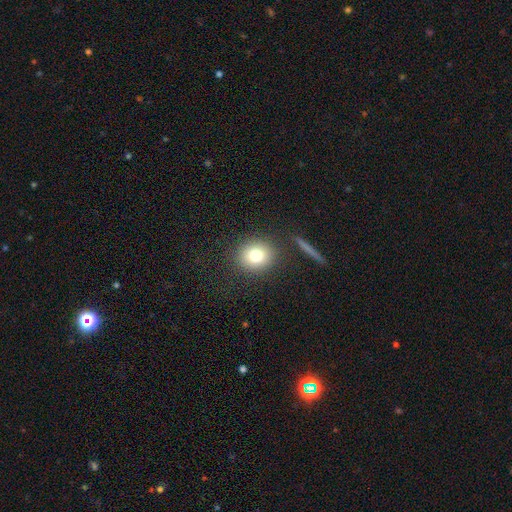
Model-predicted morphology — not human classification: Q: Smooth or featured?
A: smooth (77%); runner-up: star or artifact (12%)
Q: How rounded?
A: round (81%); runner-up: in between (18%)
Q: Merging?
A: none (86%); runner-up: minor disturbance (8%)